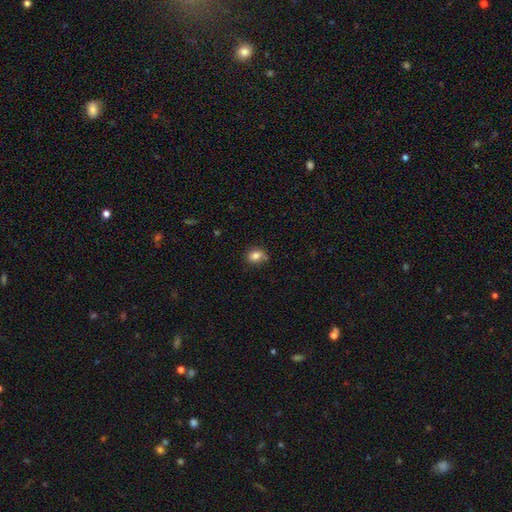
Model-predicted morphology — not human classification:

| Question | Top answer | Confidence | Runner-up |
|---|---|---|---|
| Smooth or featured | smooth | 82% | star or artifact (11%) |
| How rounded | round | 55% | in between (44%) |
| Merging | none | 68% | minor disturbance (23%) |